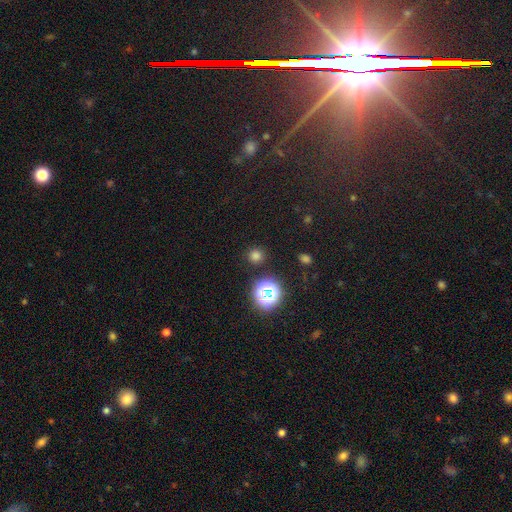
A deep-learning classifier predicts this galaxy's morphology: smooth_or_featured: smooth (p=0.71) [alt: star or artifact p=0.24]
how_rounded: round (p=0.93) [alt: in between p=0.06]
merging: none (p=0.89) [alt: minor disturbance p=0.06]